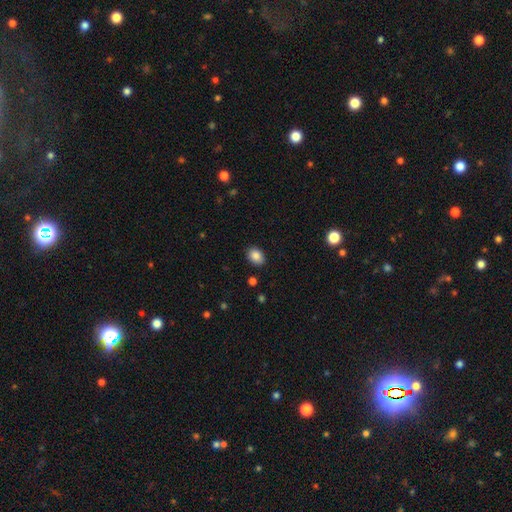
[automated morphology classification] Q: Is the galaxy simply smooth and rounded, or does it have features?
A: smooth — 87%.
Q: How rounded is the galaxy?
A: in between — 71%.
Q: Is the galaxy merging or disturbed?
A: none — 88%.